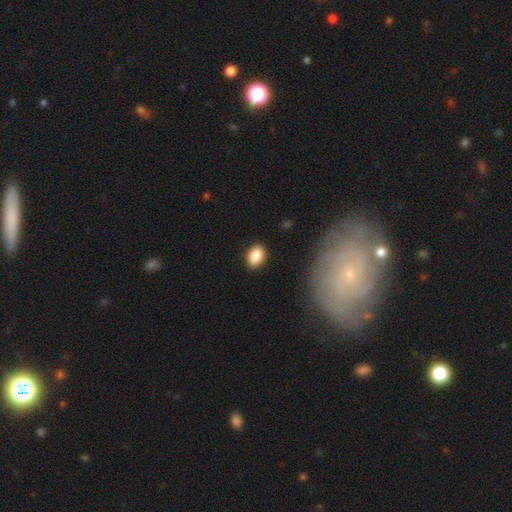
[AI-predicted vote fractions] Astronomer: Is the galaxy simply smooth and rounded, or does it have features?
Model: smooth — 88%.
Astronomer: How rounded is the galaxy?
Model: in between — 83%.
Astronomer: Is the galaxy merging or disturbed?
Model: none — 88%.